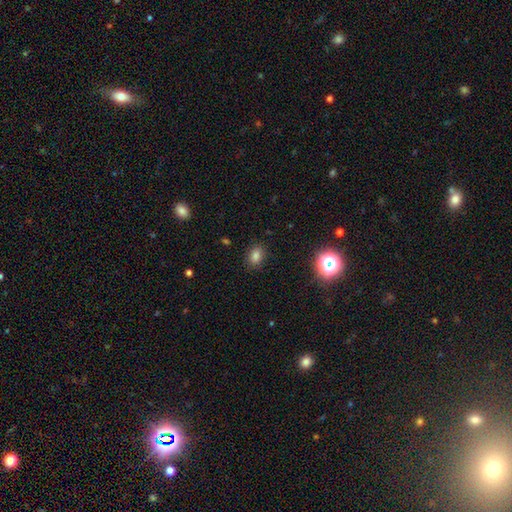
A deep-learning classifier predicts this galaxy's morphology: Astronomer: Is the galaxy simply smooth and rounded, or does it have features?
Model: smooth — 79%.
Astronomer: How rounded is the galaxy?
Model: in between — 73%.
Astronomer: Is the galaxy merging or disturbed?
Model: none — 86%.